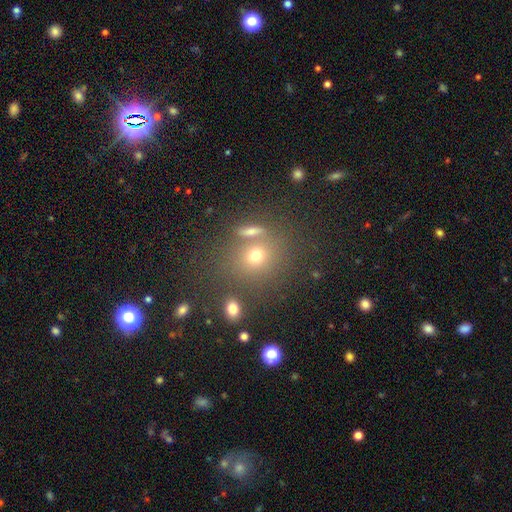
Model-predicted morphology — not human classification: type=smooth (65%); roundness=round (74%); merging=none (65%).